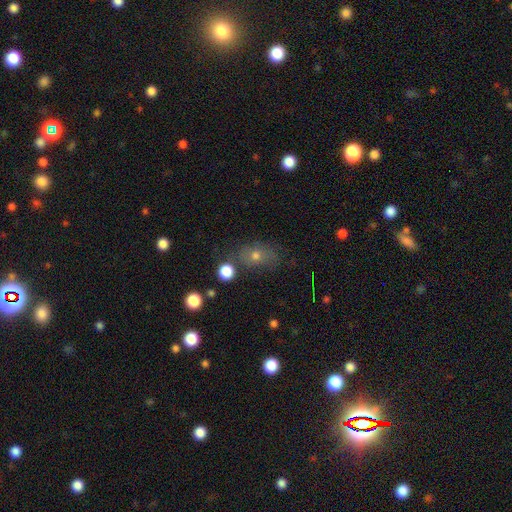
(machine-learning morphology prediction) smooth 61%, featured or disk 19%, star or artifact 19%. Down the decision tree: how rounded — in between (66%); merging — none (71%).